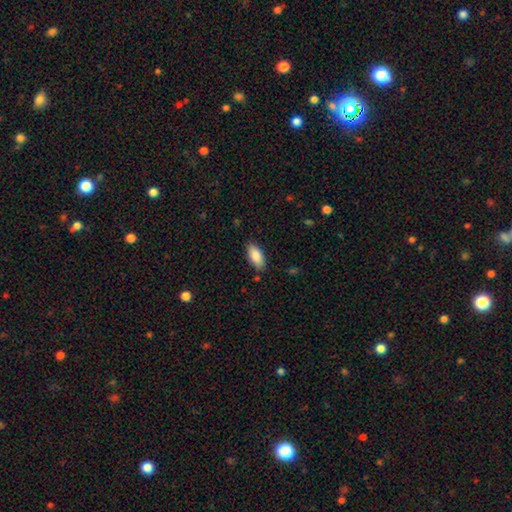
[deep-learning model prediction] This is clearly a smooth galaxy (87%). How rounded: clearly in between (90%). Merging: clearly none (85%).